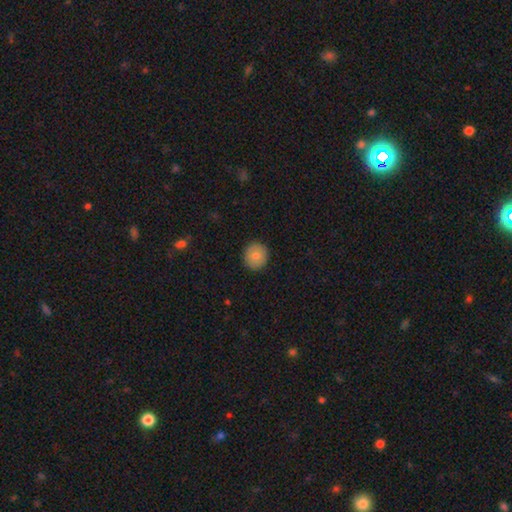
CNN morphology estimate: This is likely a smooth galaxy (78%). How rounded: clearly round (87%). Merging: clearly none (91%).